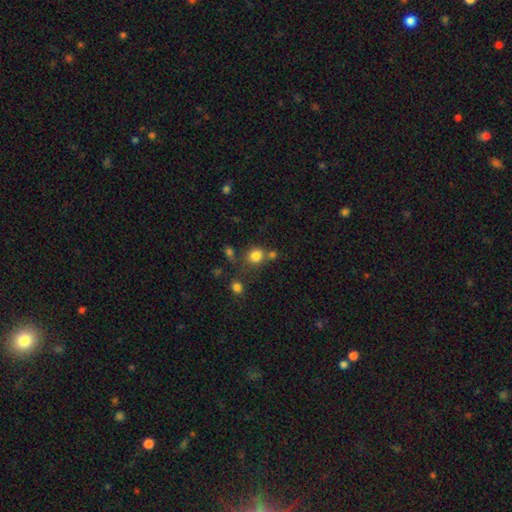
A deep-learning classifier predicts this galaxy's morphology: type=smooth (81%); roundness=round (80%); merging=none (66%).